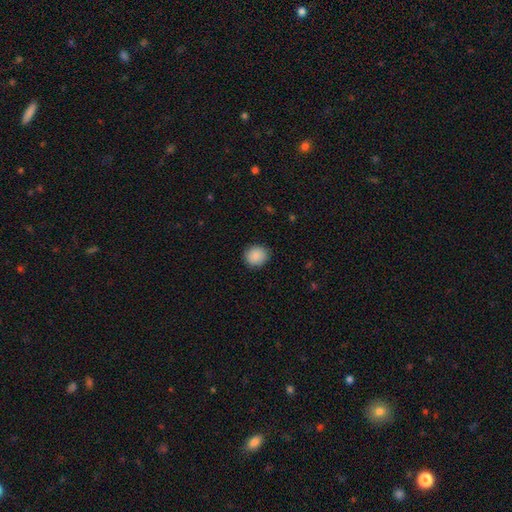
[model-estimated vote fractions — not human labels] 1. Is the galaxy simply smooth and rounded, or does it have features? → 89% smooth, 8% star or artifact, 3% featured or disk.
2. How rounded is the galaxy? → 84% round, 15% in between, 1% cigar-shaped.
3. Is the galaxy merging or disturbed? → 89% none, 8% minor disturbance, 2% major disturbance, 1% merger.